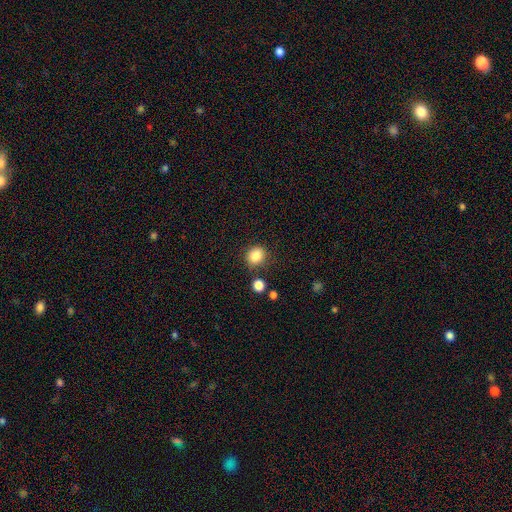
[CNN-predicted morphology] A smooth galaxy with no disk features (85%) that is round (80%).

Vote fractions:
- Smooth or featured? smooth: 85% / star or artifact: 10% / featured or disk: 5%
- How rounded? round: 80% / in between: 19% / cigar-shaped: 1%
- Merging? none: 80% / minor disturbance: 11% / merger: 5% / major disturbance: 3%